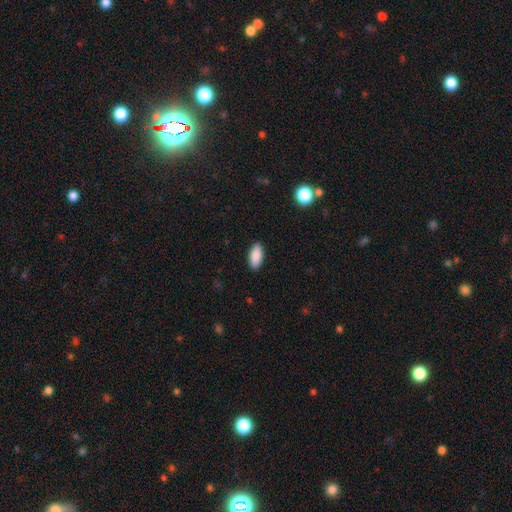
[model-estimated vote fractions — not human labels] smooth_or_featured: smooth (p=0.89) [alt: star or artifact p=0.06]
how_rounded: in between (p=0.90) [alt: cigar-shaped p=0.08]
merging: none (p=0.89) [alt: minor disturbance p=0.08]